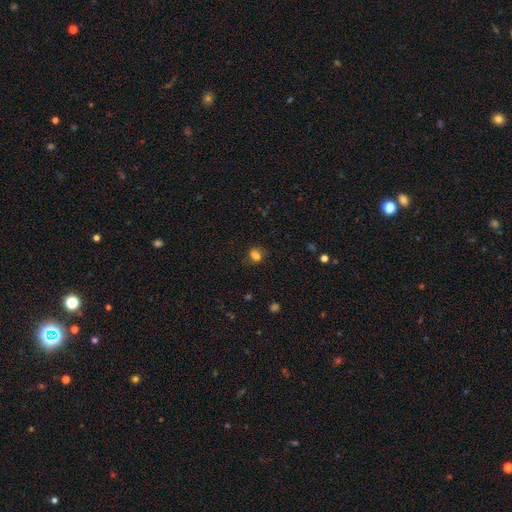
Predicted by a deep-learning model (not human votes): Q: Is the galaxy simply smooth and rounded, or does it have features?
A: smooth — 74%.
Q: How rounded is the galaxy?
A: round — 53%.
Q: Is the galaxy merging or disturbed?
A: none — 59%.